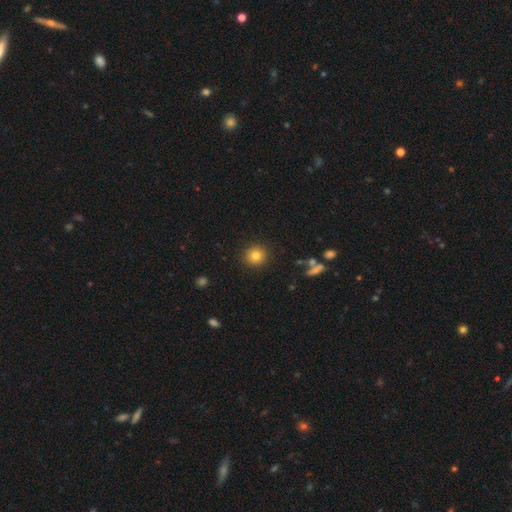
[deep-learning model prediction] Morphology: type=smooth (81%); roundness=round (91%); merging=none (90%).